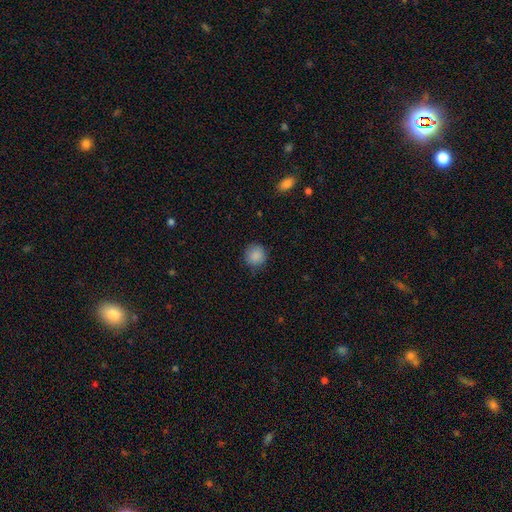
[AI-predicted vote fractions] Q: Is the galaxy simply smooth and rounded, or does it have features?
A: smooth — 88%.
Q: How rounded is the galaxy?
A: round — 92%.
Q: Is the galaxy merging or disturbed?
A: none — 87%.